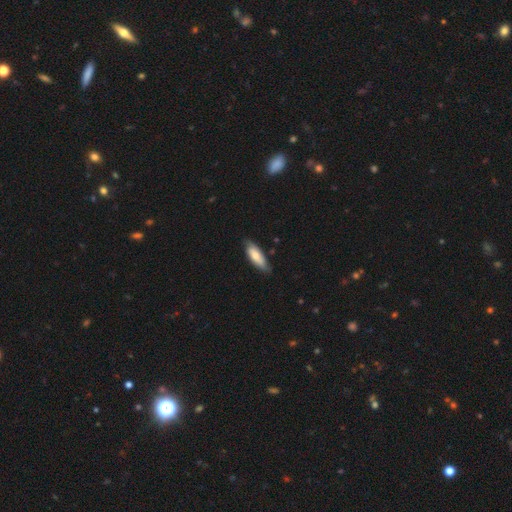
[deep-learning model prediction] smooth_or_featured: smooth (p=0.67) [alt: featured or disk p=0.27]
how_rounded: in between (p=0.59) [alt: cigar-shaped p=0.39]
merging: none (p=0.76) [alt: minor disturbance p=0.20]